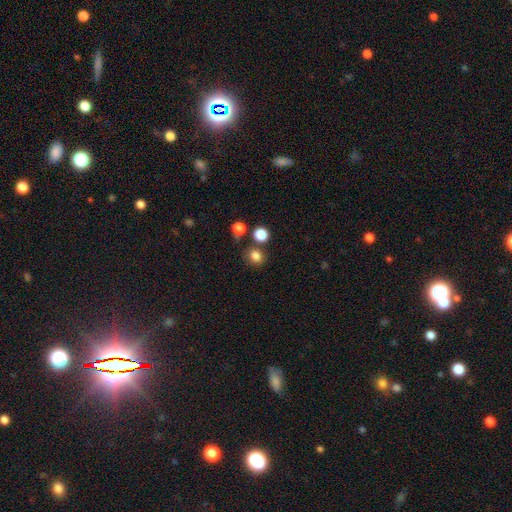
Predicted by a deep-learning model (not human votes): smooth 82%, star or artifact 13%, featured or disk 5%. Down the decision tree: how rounded — round (66%); merging — none (72%).